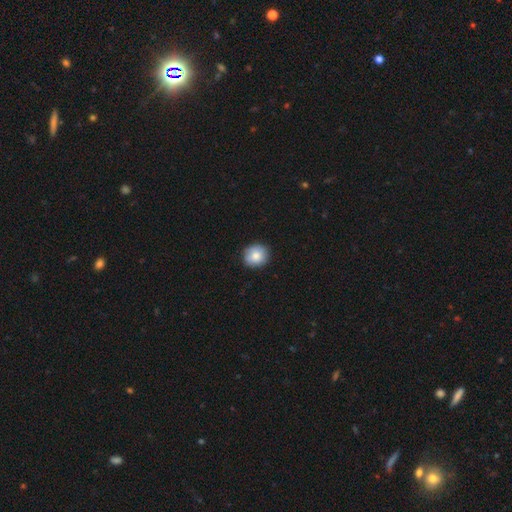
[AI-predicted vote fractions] This appears to be a smooth galaxy with no disk features (82%) that is round (86%). Merging: none (85%).